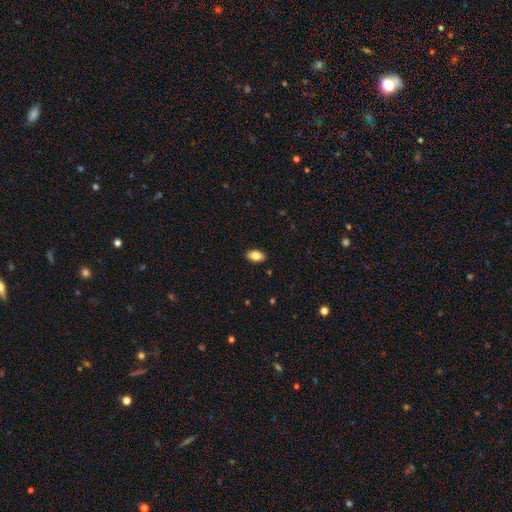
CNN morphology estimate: Overall: smooth (84%). How rounded: in between (92%). Merging: none (89%).